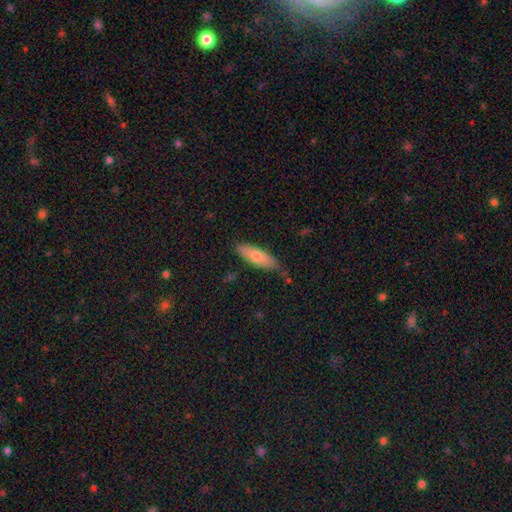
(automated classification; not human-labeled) Smooth or featured? Predicted: smooth (p=0.68). How rounded? Predicted: cigar-shaped (p=0.52). Merging? Predicted: none (p=0.75).